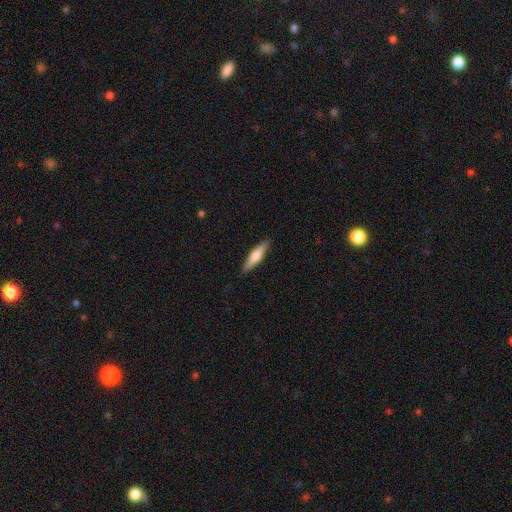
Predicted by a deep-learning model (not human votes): smooth 60%, featured or disk 35%, star or artifact 5%. Down the decision tree: how rounded — cigar-shaped (77%); merging — none (90%).